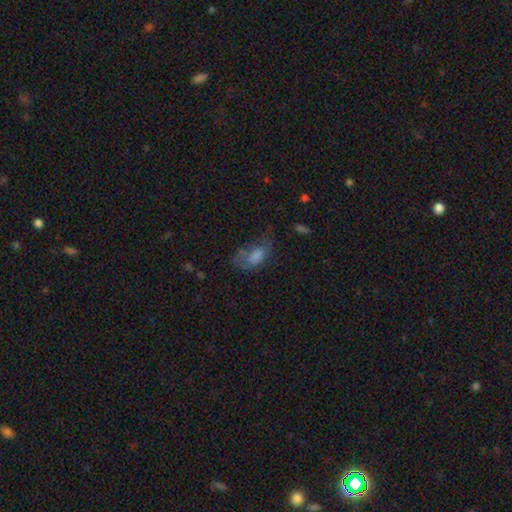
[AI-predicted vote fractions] This appears to be a smooth galaxy with no disk features (56%) that is in between round and cigar-shaped (86%). Merging: none (35%).